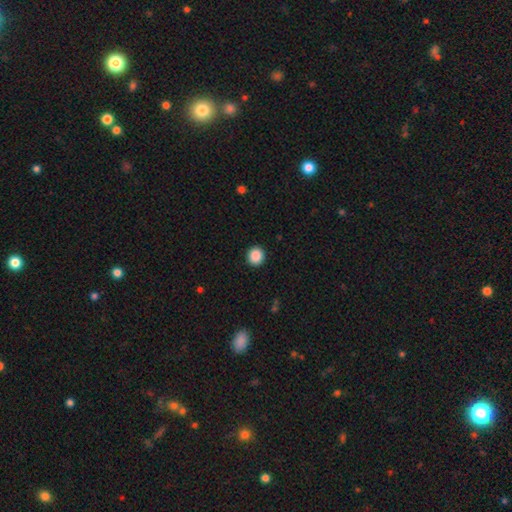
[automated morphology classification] A smooth galaxy with no disk features (88%) that is round (90%).

Vote fractions:
- Smooth or featured? smooth: 88% / star or artifact: 9% / featured or disk: 3%
- How rounded? round: 90% / in between: 9% / cigar-shaped: 1%
- Merging? none: 92% / minor disturbance: 5% / major disturbance: 2% / merger: 1%